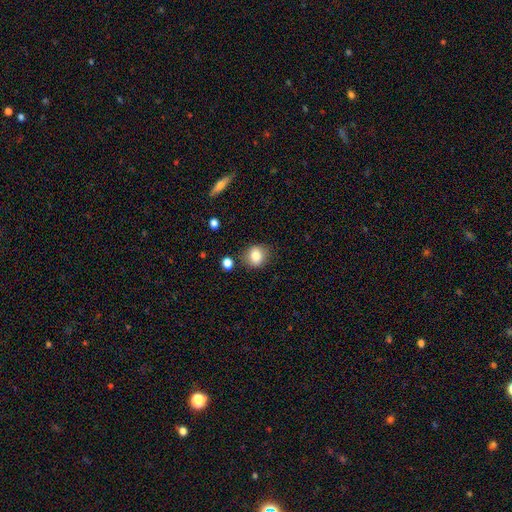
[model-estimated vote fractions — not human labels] Q: Smooth or featured?
A: smooth (81%); runner-up: star or artifact (9%)
Q: How rounded?
A: round (65%); runner-up: in between (34%)
Q: Merging?
A: none (78%); runner-up: minor disturbance (14%)